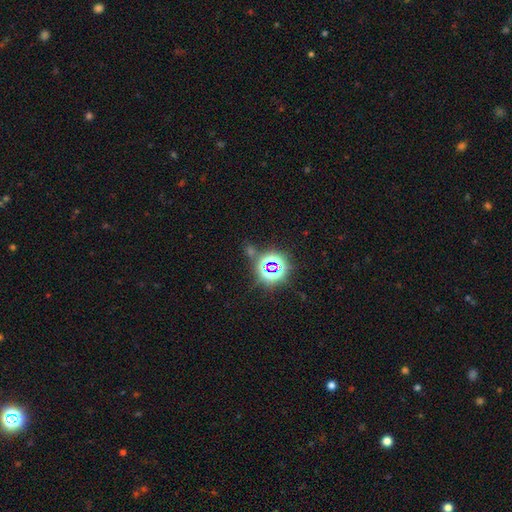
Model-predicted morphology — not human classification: Overall: star or artifact (75%).